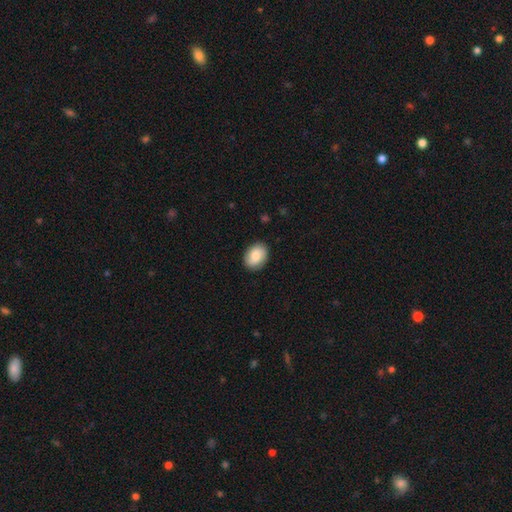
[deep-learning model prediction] Smooth or featured?
  - smooth: 76% *
  - featured or disk: 17%
  - star or artifact: 7%
How rounded?
  - in between: 67% *
  - round: 32%
  - cigar-shaped: 1%
Merging?
  - none: 87% *
  - minor disturbance: 10%
  - major disturbance: 2%
  - merger: 1%